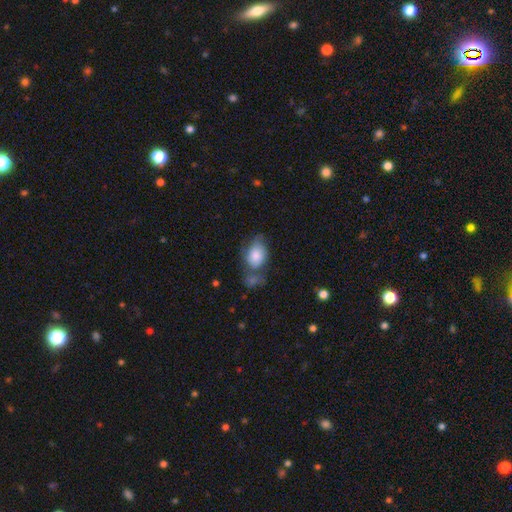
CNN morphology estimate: smooth-or-featured: smooth: 80% | featured or disk: 13% | star or artifact: 7%
  how-rounded: in between: 75% | round: 24% | cigar-shaped: 1%
  merging: none: 37% | merger: 27% | minor disturbance: 24% | major disturbance: 13%